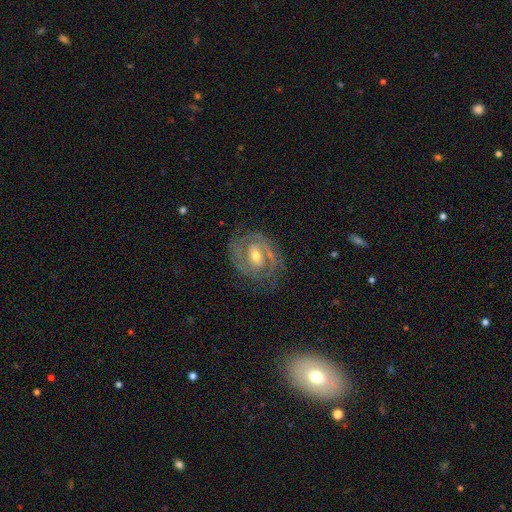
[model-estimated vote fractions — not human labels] Smooth or featured? Predicted: featured or disk (p=0.87). Edge-on disk? Predicted: no (p=0.97). Bar? Predicted: weak (p=0.44). Spiral arms? Predicted: yes (p=0.95). Spiral winding? Predicted: tight (p=0.64). Spiral arm count? Predicted: 2 (p=0.79). Bulge size? Predicted: moderate (p=0.61). Merging? Predicted: none (p=0.80).